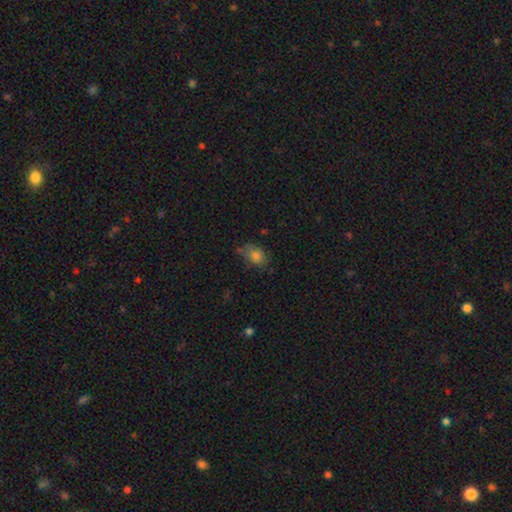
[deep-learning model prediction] A smooth galaxy with no disk features (77%) that is in between round and cigar-shaped (72%).

Vote fractions:
- Smooth or featured? smooth: 77% / featured or disk: 13% / star or artifact: 11%
- How rounded? in between: 72% / round: 27% / cigar-shaped: 1%
- Merging? none: 55% / minor disturbance: 30% / major disturbance: 10% / merger: 5%